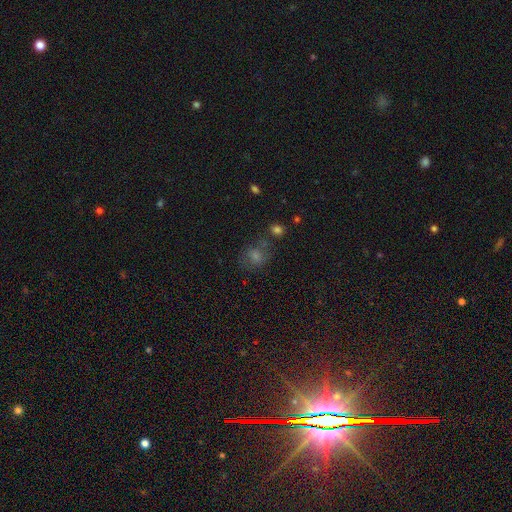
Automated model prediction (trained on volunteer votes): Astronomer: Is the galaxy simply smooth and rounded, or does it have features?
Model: smooth — 46% (runner-up: star or artifact, 35%).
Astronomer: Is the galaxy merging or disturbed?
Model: none — 64%.